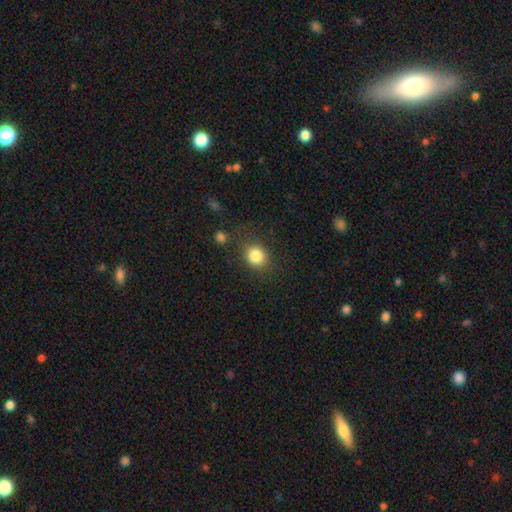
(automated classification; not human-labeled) A smooth galaxy with no disk features (84%) that is round (78%).

Vote fractions:
- Smooth or featured? smooth: 84% / star or artifact: 11% / featured or disk: 5%
- How rounded? round: 78% / in between: 22% / cigar-shaped: 1%
- Merging? none: 79% / minor disturbance: 12% / major disturbance: 5% / merger: 4%